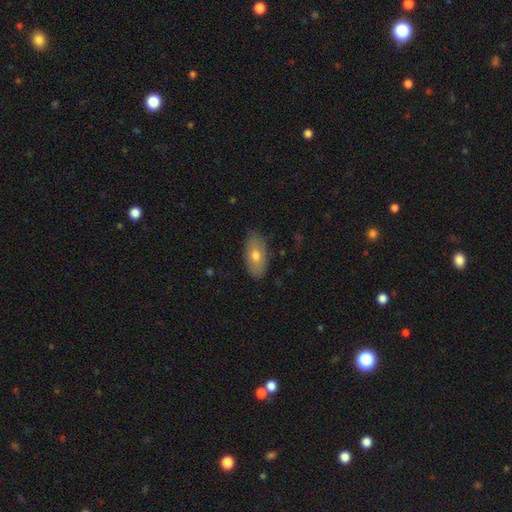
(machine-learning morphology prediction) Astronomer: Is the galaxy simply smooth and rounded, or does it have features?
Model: smooth — 68%.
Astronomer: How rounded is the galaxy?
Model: in between — 91%.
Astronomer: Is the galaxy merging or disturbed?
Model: none — 81%.